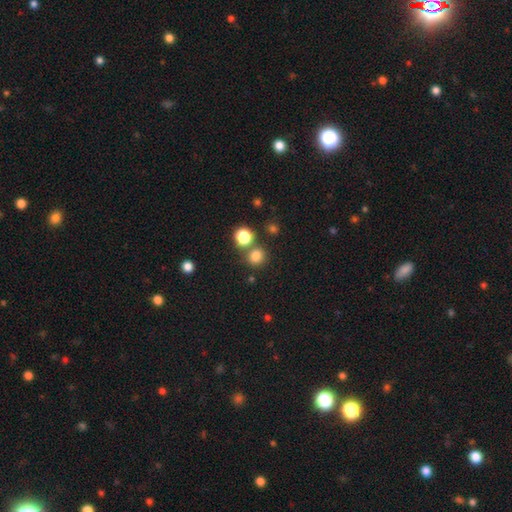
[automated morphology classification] Smooth or featured? smooth (79%)
How rounded? round (87%)
Merging? none (75%)